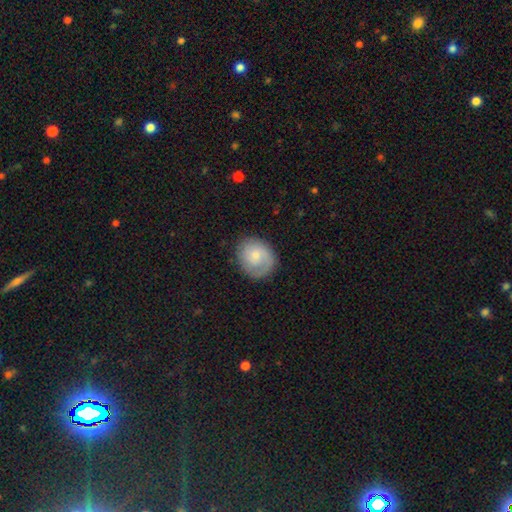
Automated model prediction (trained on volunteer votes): The model was most divided on "smooth or featured": smooth: 54%, featured or disk: 39%, star or artifact: 7%. More confident: merging — none (76%); how rounded — round (69%).